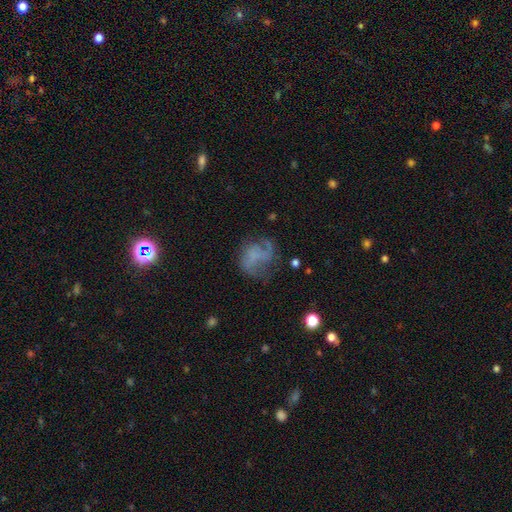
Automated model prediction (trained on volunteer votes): This is possibly a featured or disk galaxy (56%). It is clearly not viewed edge-on (98%). Bar: likely no (73%). Spiral arm pattern: likely yes (70%). Central bulge: likely none (74%). Merging: possibly none (46%).